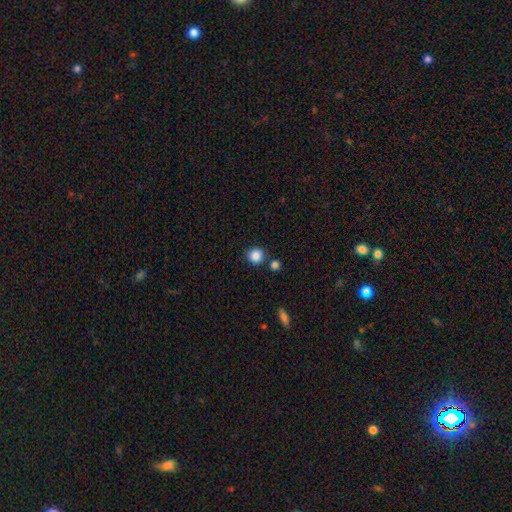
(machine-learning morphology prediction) type=smooth (86%); roundness=round (90%); merging=none (81%).